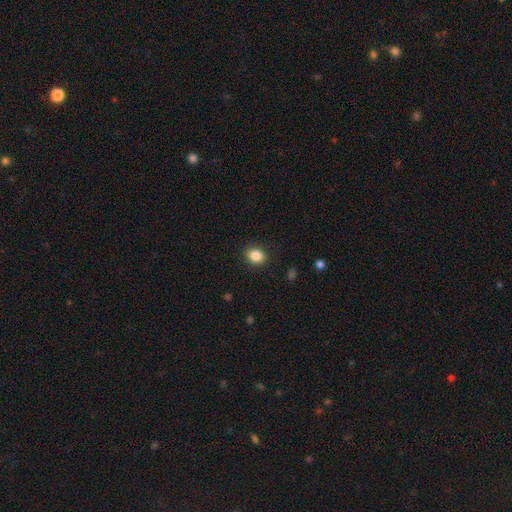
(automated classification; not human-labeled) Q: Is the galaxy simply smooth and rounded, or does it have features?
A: smooth — 86%.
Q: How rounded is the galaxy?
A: in between — 53%.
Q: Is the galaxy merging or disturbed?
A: none — 89%.